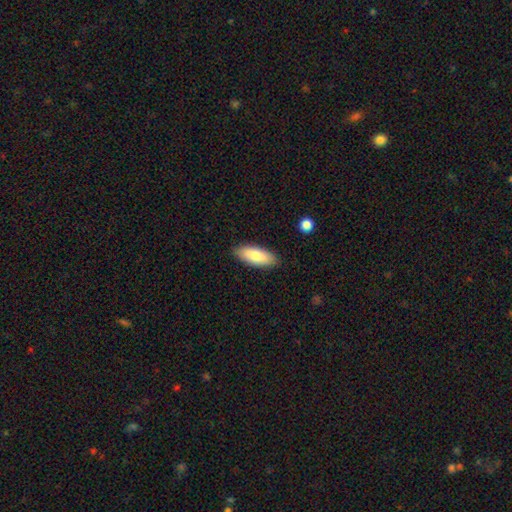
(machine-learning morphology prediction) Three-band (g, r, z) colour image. It shows a smooth galaxy with no disk features (81%) that is in between round and cigar-shaped (78%). Merging: none (87%).